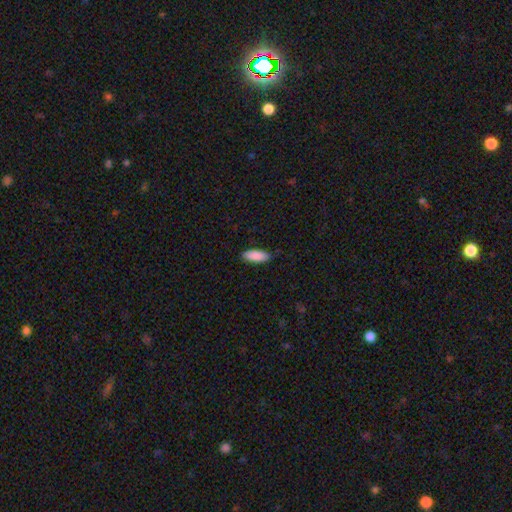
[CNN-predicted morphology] Overall: smooth (90%). How rounded: in between (78%). Merging: none (84%).